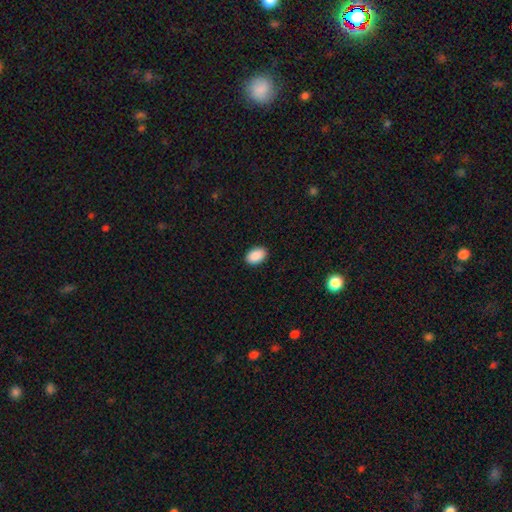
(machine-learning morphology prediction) Smooth or featured? smooth (90%)
How rounded? in between (90%)
Merging? none (91%)